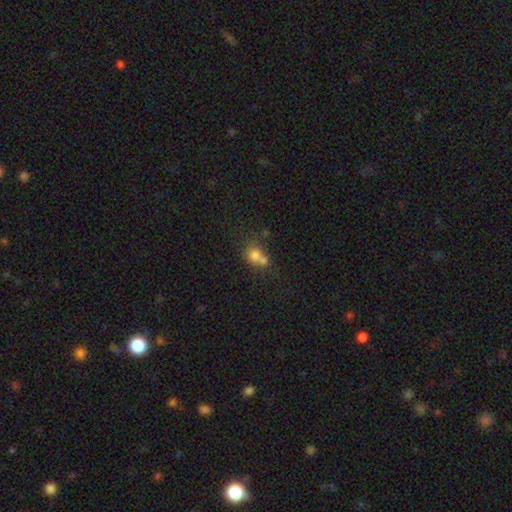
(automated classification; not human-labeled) The model was most divided on "merging": merger: 56%, none: 31%, minor disturbance: 9%, major disturbance: 5%. More confident: smooth or featured — smooth (73%); how rounded — round (73%).